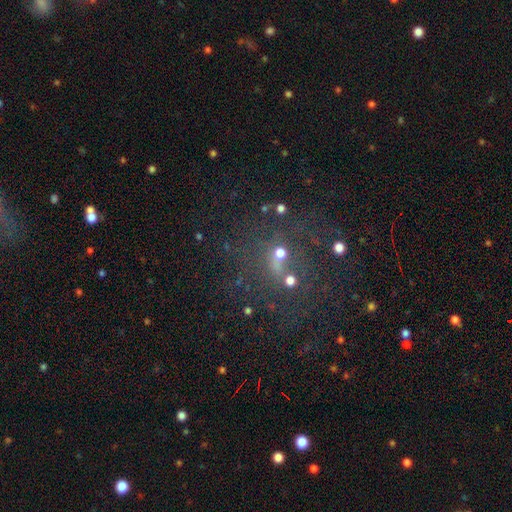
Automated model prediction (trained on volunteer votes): A star or artifact, not a galaxy (56%).